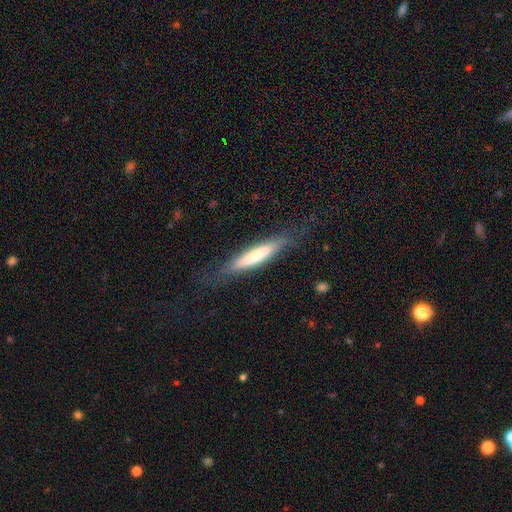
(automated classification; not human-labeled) smooth 61%, featured or disk 33%, star or artifact 6%. Down the decision tree: how rounded — cigar-shaped (86%); merging — none (78%).